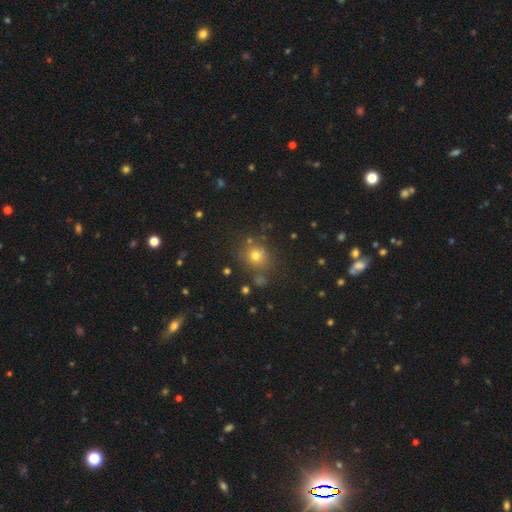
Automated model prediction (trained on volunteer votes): Smooth or featured?
  - smooth: 72% *
  - star or artifact: 19%
  - featured or disk: 9%
How rounded?
  - round: 86% *
  - in between: 13%
  - cigar-shaped: 1%
Merging?
  - none: 79% *
  - minor disturbance: 10%
  - merger: 6%
  - major disturbance: 4%